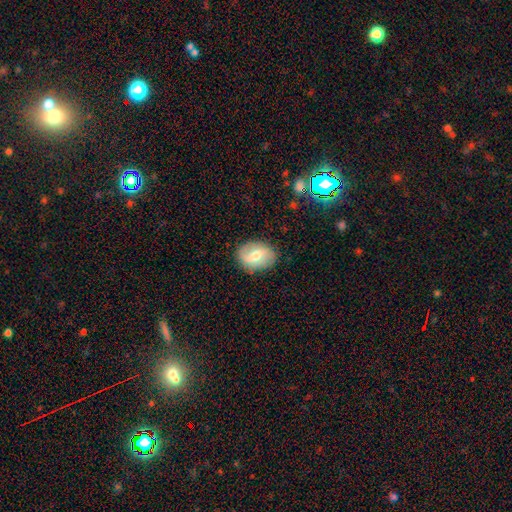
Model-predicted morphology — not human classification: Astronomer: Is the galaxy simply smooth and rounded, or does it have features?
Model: featured or disk — 47% (runner-up: smooth, 46%).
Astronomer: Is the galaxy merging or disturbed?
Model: none — 84%.